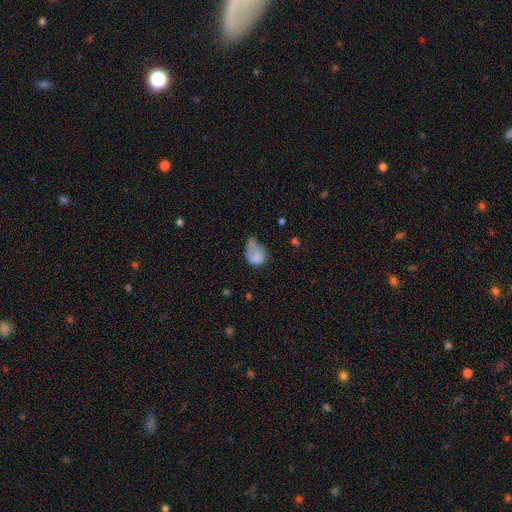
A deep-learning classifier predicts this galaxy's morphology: Smooth or featured: smooth — 74% (featured or disk — 16%)
How rounded: in between — 61% (round — 38%)
Merging: major disturbance — 33% (minor disturbance — 31%)